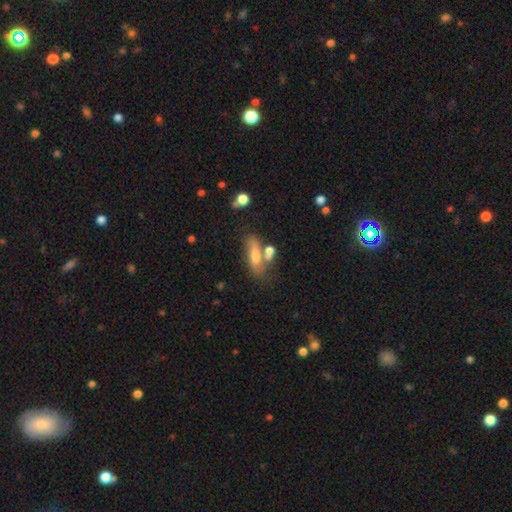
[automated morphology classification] smooth_or_featured: smooth (p=0.62) [alt: featured or disk p=0.29]
how_rounded: in between (p=0.58) [alt: cigar-shaped p=0.37]
merging: none (p=0.46) [alt: merger p=0.25]